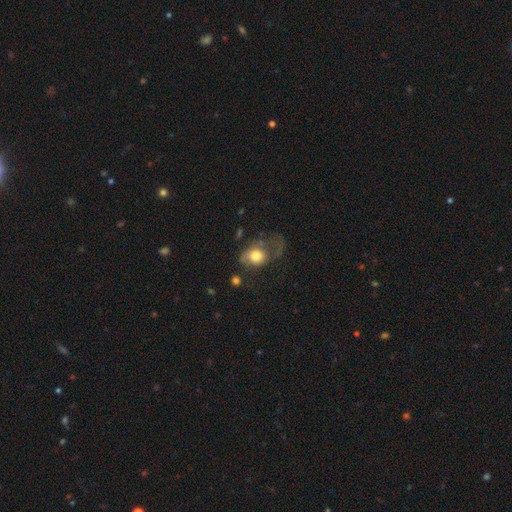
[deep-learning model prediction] Q: Smooth or featured?
A: smooth (67%); runner-up: featured or disk (25%)
Q: How rounded?
A: in between (51%); runner-up: round (48%)
Q: Merging?
A: major disturbance (56%); runner-up: none (21%)